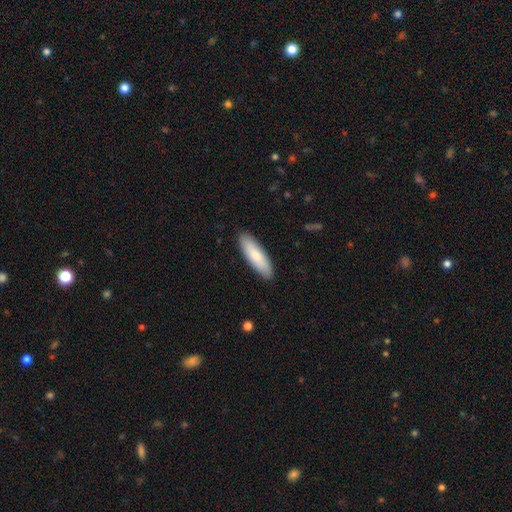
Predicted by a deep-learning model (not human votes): smooth 81%, featured or disk 14%, star or artifact 5%. Down the decision tree: how rounded — cigar-shaped (57%); merging — none (89%).